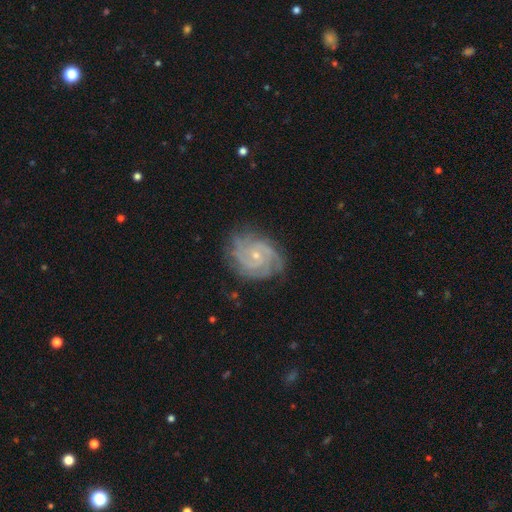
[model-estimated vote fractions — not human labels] Smooth or featured? Predicted: featured or disk (p=0.88). Edge-on disk? Predicted: no (p=0.98). Bar? Predicted: no (p=0.71). Spiral arms? Predicted: yes (p=0.98). Spiral winding? Predicted: tight (p=0.69). Spiral arm count? Predicted: 3 (p=0.30). Bulge size? Predicted: small (p=0.74). Merging? Predicted: none (p=0.78).